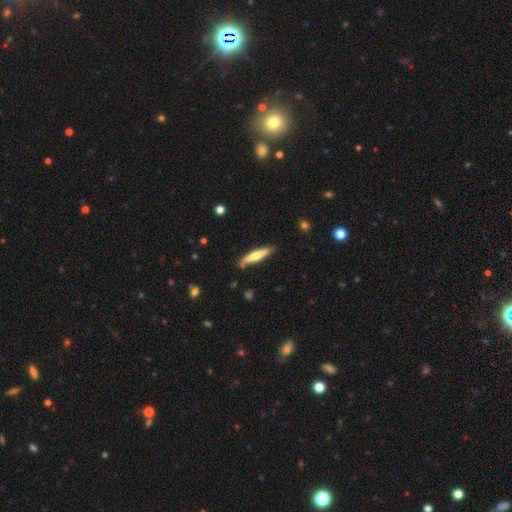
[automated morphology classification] Q: Smooth or featured?
A: smooth (57%); runner-up: featured or disk (37%)
Q: How rounded?
A: cigar-shaped (88%); runner-up: in between (10%)
Q: Merging?
A: none (82%); runner-up: minor disturbance (13%)